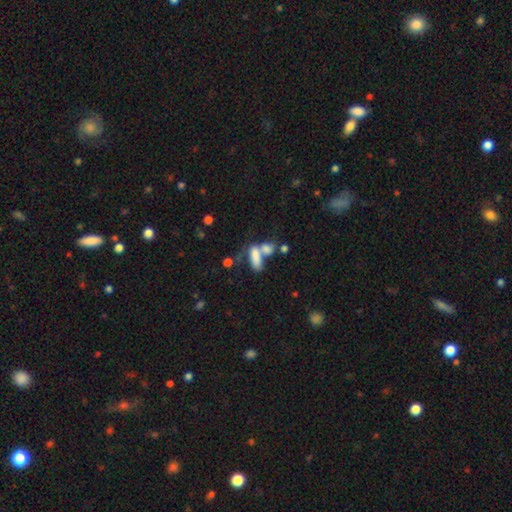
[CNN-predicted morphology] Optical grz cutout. It shows a smooth galaxy with no disk features (74%) that is in between round and cigar-shaped (73%). Merging: merger (58%).